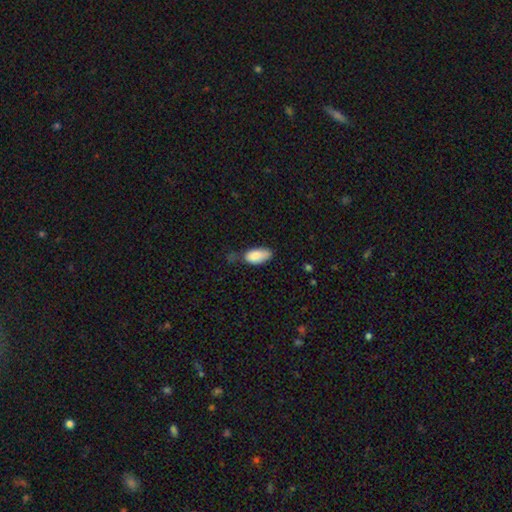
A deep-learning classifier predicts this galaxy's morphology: Smooth or featured?
  - smooth: 86% *
  - featured or disk: 7%
  - star or artifact: 7%
How rounded?
  - in between: 92% *
  - cigar-shaped: 6%
  - round: 2%
Merging?
  - none: 49% *
  - minor disturbance: 36%
  - major disturbance: 10%
  - merger: 5%